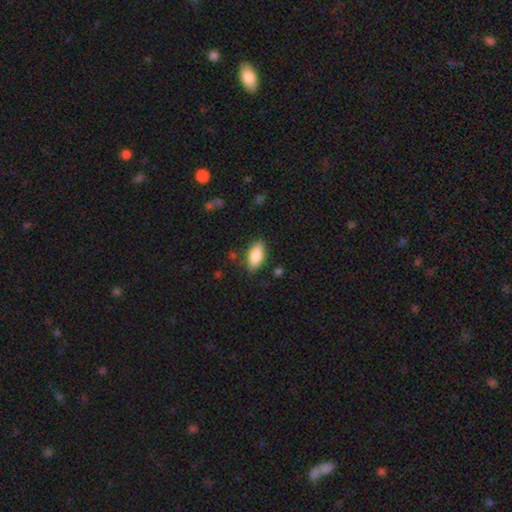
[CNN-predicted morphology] smooth-or-featured: smooth: 83% | featured or disk: 10% | star or artifact: 7%
  how-rounded: in between: 89% | cigar-shaped: 8% | round: 3%
  merging: none: 83% | minor disturbance: 12% | major disturbance: 3% | merger: 2%